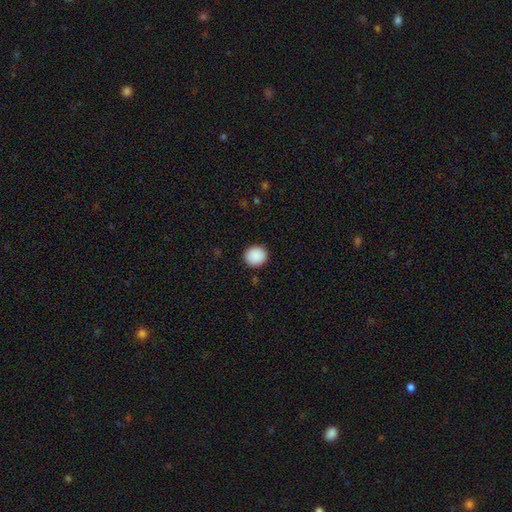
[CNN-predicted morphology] smooth-or-featured: smooth: 90% | star or artifact: 7% | featured or disk: 2%
  how-rounded: round: 87% | in between: 12% | cigar-shaped: 1%
  merging: none: 91% | minor disturbance: 6% | major disturbance: 2% | merger: 1%